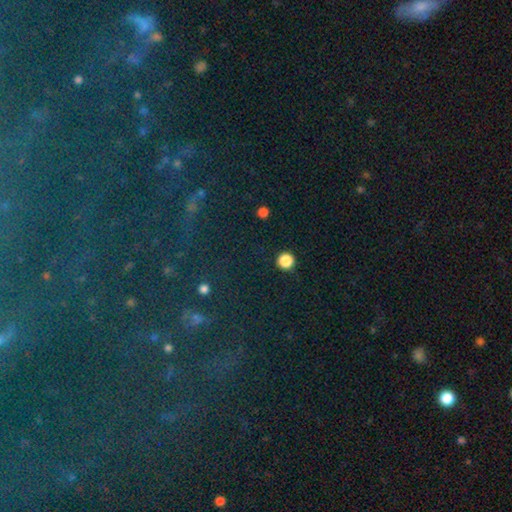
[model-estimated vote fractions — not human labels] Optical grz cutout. It shows a star or artifact, not a galaxy (78%).